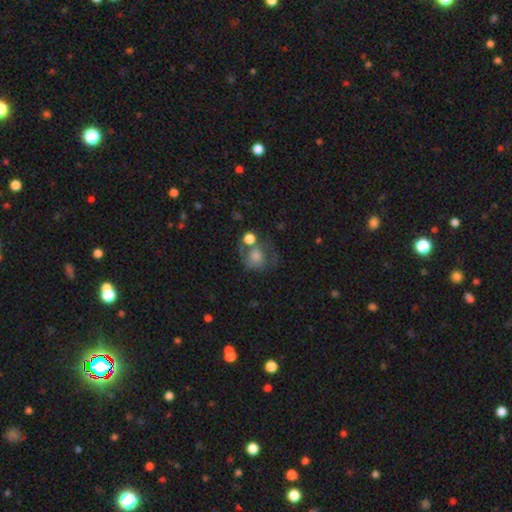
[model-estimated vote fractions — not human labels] A smooth galaxy with no disk features (49%).

Vote fractions:
- Smooth or featured? smooth: 49% / featured or disk: 37% / star or artifact: 15%
- Merging? none: 42% / major disturbance: 22% / minor disturbance: 19% / merger: 17%